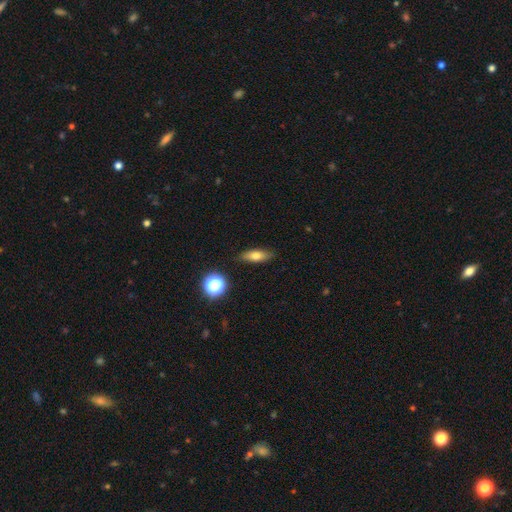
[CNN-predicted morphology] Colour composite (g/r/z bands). It shows a smooth galaxy with no disk features (69%) that is in between round and cigar-shaped (54%). Merging: none (86%).